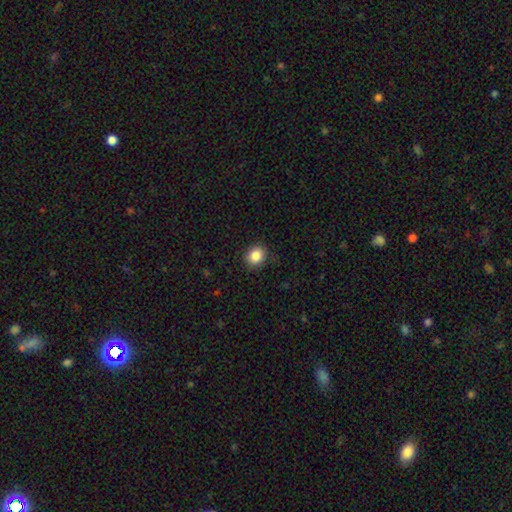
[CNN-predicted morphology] Overall: smooth (86%). How rounded: round (73%). Merging: none (87%).